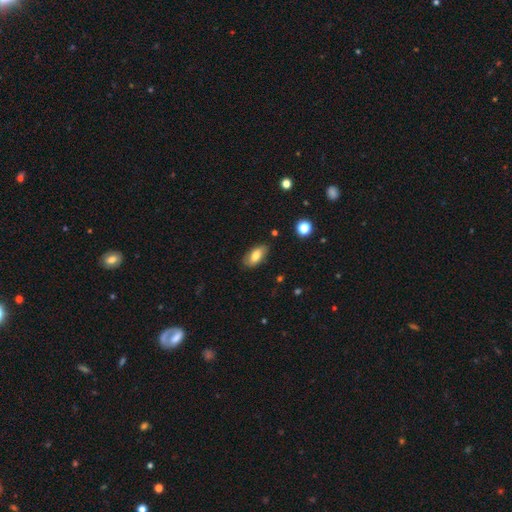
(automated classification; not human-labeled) This appears to be a smooth galaxy with no disk features (74%) that is in between round and cigar-shaped (89%). Merging: none (78%).